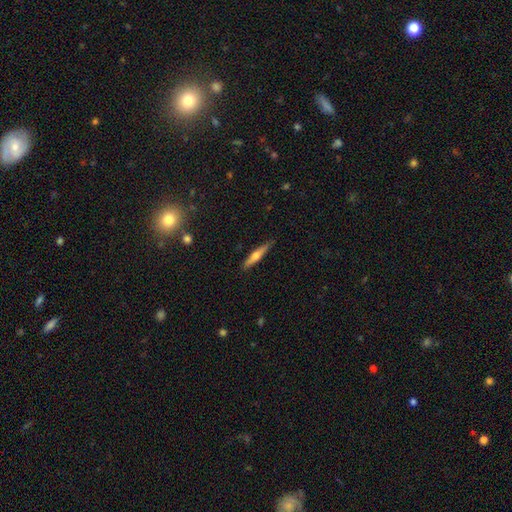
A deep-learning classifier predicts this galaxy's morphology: Q: Smooth or featured?
A: featured or disk (52%); runner-up: smooth (42%)
Q: Edge-on disk?
A: yes (95%); runner-up: no (5%)
Q: Merging?
A: none (86%); runner-up: minor disturbance (11%)